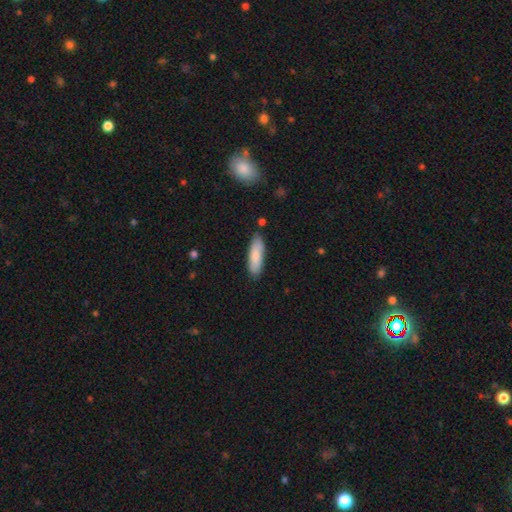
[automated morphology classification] Smooth or featured?
  - smooth: 81% *
  - featured or disk: 13%
  - star or artifact: 5%
How rounded?
  - cigar-shaped: 52% *
  - in between: 47%
  - round: 2%
Merging?
  - none: 83% *
  - minor disturbance: 12%
  - merger: 3%
  - major disturbance: 2%